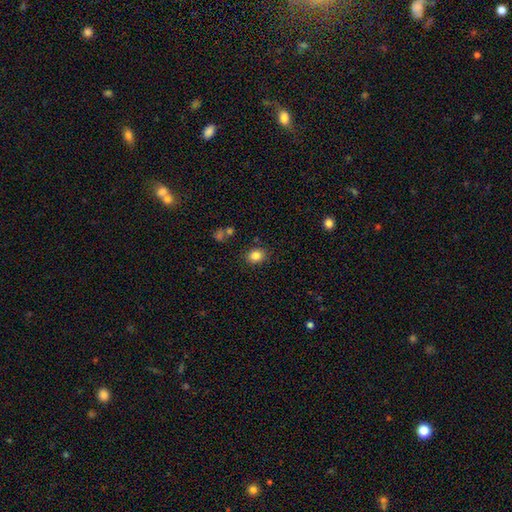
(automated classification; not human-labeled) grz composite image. It shows a smooth galaxy with no disk features (84%) that is round (61%). Merging: none (85%).